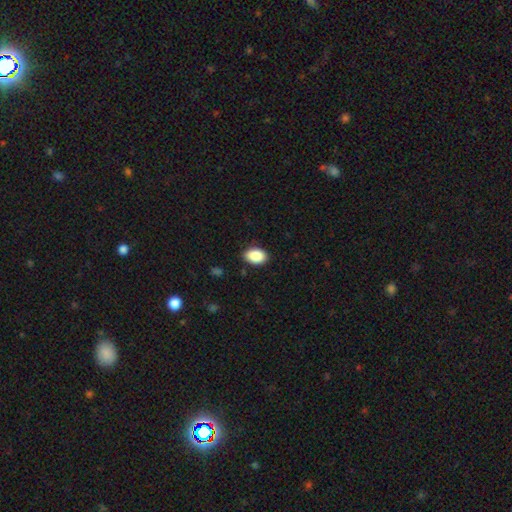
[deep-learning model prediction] A smooth galaxy with no disk features (89%) that is in between round and cigar-shaped (86%). Merging: none (86%).